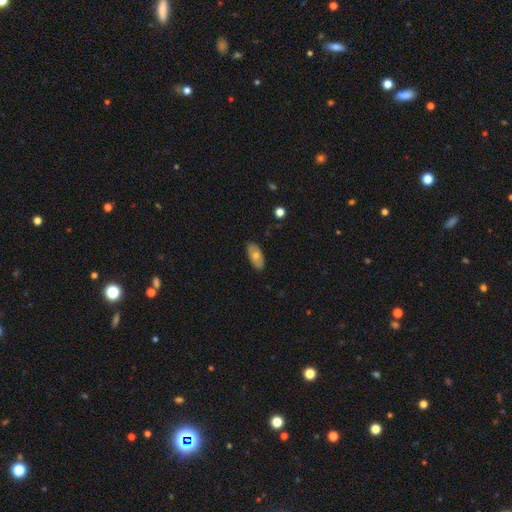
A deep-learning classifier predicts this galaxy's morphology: Smooth or featured? smooth (60%)
How rounded? in between (93%)
Merging? none (86%)